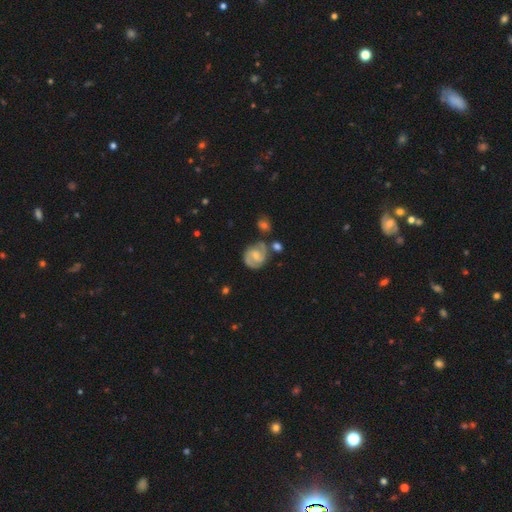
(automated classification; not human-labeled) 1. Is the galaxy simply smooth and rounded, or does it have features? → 79% featured or disk, 15% smooth, 6% star or artifact.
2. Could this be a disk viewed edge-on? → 98% no, 2% yes.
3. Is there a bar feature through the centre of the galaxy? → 50% weak, 40% no, 11% strong.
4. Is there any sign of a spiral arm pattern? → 95% yes, 5% no.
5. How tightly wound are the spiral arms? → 46% medium, 42% tight, 12% loose.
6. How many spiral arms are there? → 85% 2, 6% can't tell, 4% 3, 2% 1, 1% 4, 1% more than 4.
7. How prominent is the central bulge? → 51% small, 36% moderate, 10% none, 2% large, 1% dominant.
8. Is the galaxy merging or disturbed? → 66% none, 17% minor disturbance, 11% merger, 6% major disturbance.